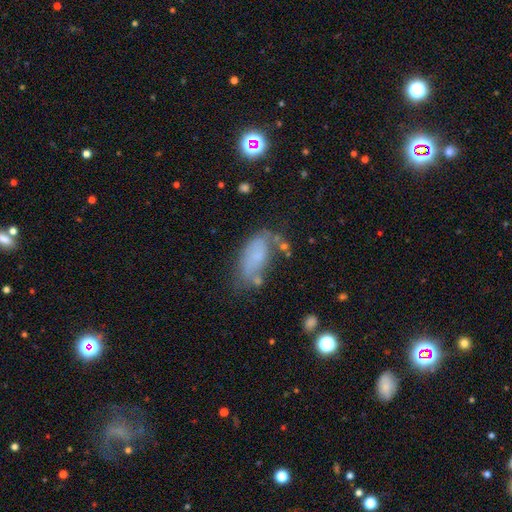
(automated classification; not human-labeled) The model was most divided on "merging": none: 41%, minor disturbance: 28%, major disturbance: 21%, merger: 10%. More confident: how rounded — in between (87%); smooth or featured — smooth (56%).